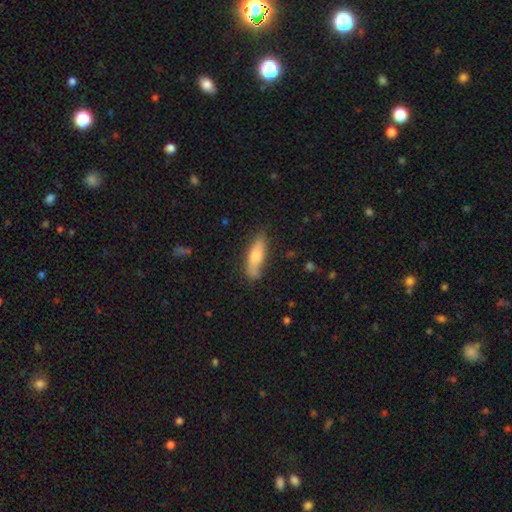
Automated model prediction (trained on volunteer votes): Smooth or featured? Predicted: smooth (p=0.69). How rounded? Predicted: cigar-shaped (p=0.53). Merging? Predicted: none (p=0.72).